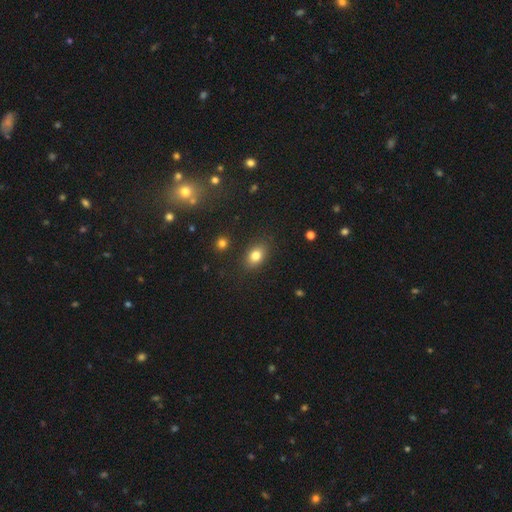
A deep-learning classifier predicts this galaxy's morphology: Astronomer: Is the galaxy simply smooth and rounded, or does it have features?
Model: smooth — 80%.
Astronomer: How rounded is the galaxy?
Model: in between — 76%.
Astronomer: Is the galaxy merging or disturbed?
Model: none — 85%.